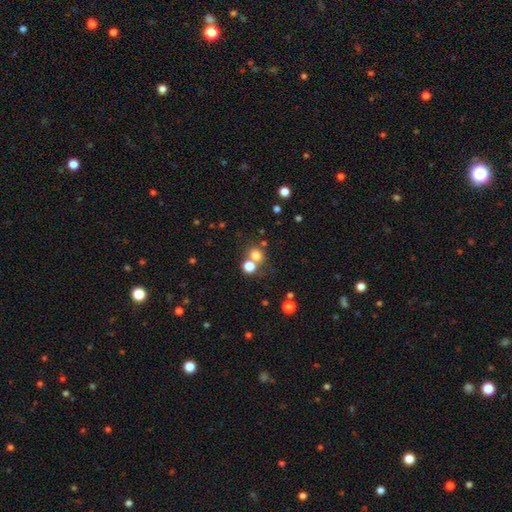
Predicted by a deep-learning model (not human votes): A smooth galaxy with no disk features (73%) that is round (77%). Merging: none (57%).